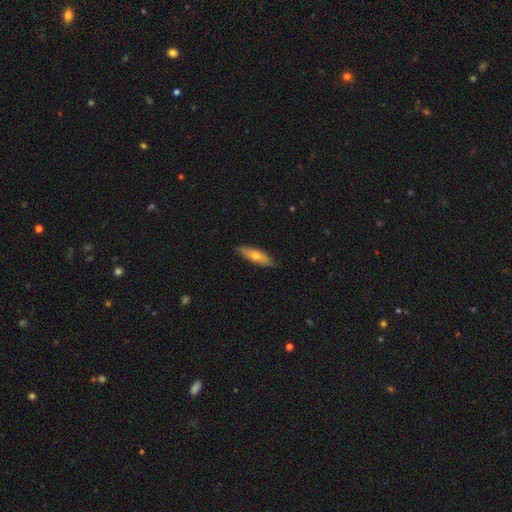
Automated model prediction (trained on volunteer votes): Smooth or featured? Predicted: smooth (p=0.57). How rounded? Predicted: cigar-shaped (p=0.60). Merging? Predicted: none (p=0.87).